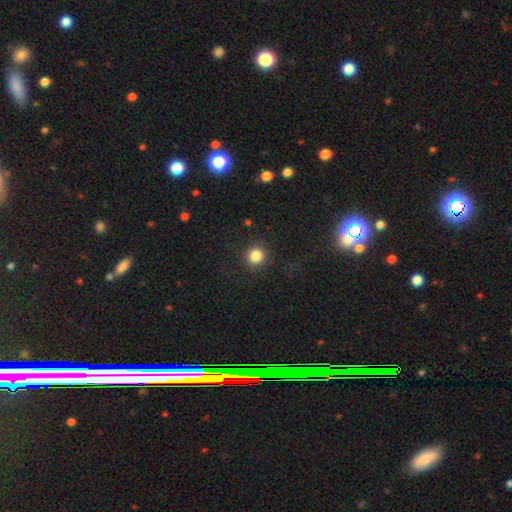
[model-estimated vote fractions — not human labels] This is clearly a smooth galaxy (84%). How rounded: clearly round (91%). Merging: clearly none (89%).